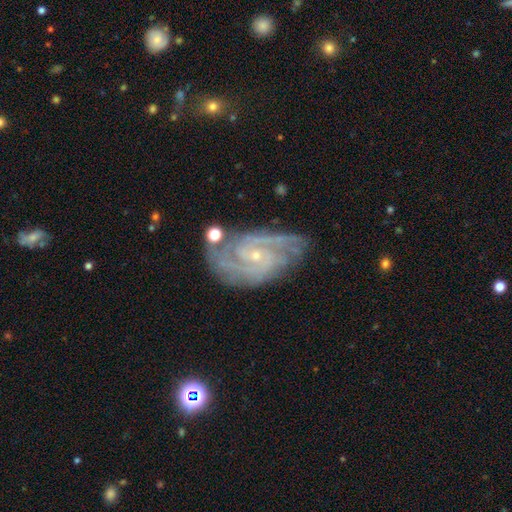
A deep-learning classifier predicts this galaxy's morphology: featured or disk 90%, star or artifact 6%, smooth 4%. Down the decision tree: edge-on disk — no (97%); bar — no (55%); spiral arms — yes (98%); spiral arm count — 2 (40%); spiral winding — tight (55%); bulge size — small (83%); merging — none (70%).